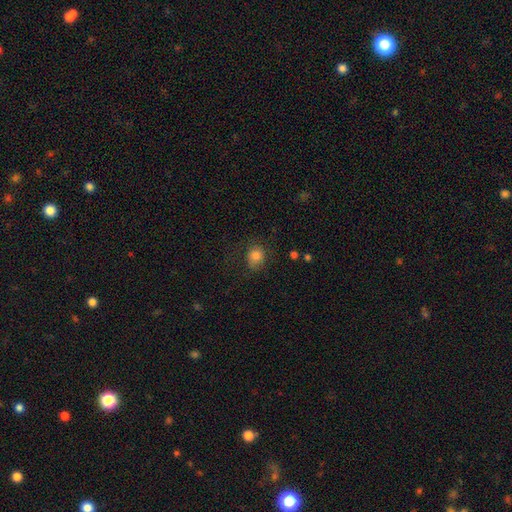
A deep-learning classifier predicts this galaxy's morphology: This is clearly a smooth galaxy (81%). How rounded: likely round (71%). Merging: likely none (69%).